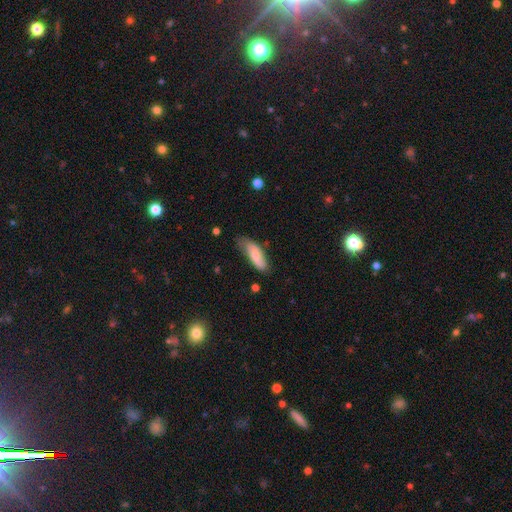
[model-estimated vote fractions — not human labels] smooth-or-featured: smooth: 75% | featured or disk: 18% | star or artifact: 6%
  how-rounded: in between: 64% | cigar-shaped: 34% | round: 2%
  merging: none: 55% | minor disturbance: 34% | major disturbance: 8% | merger: 2%